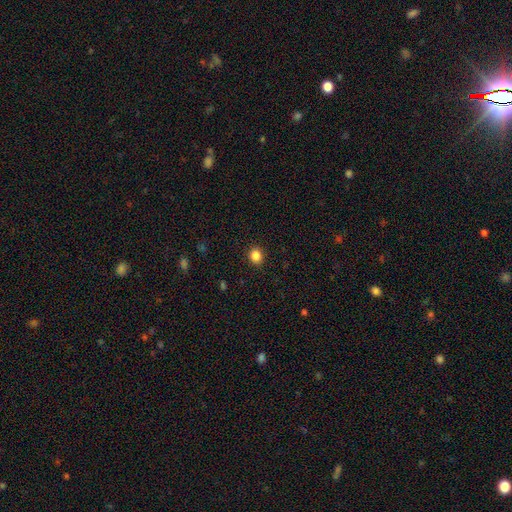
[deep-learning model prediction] Overall: smooth (86%). How rounded: round (73%). Merging: none (91%).